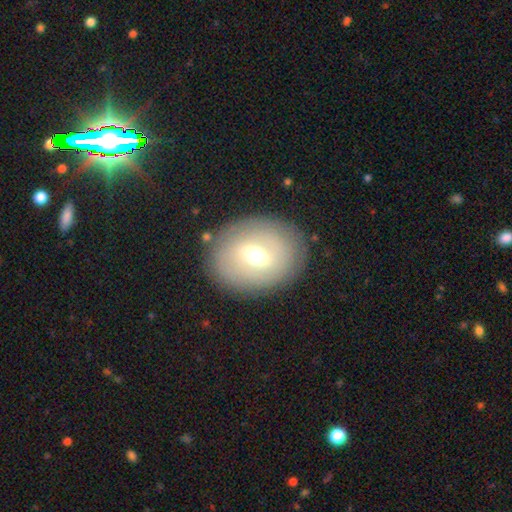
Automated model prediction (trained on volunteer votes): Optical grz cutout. It shows a featured or disk galaxy (49%). Merging: none (83%).